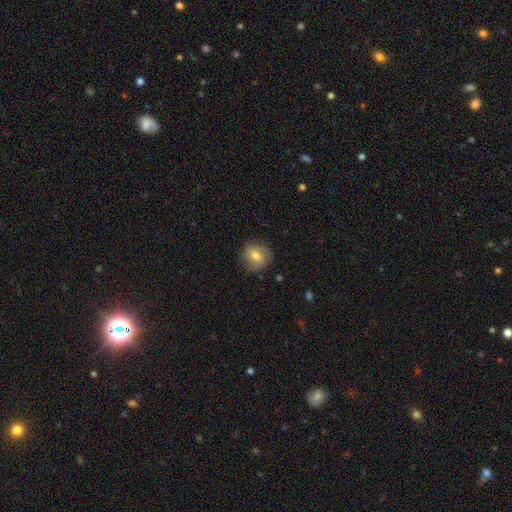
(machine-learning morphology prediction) Smooth or featured? Predicted: smooth (p=0.65). How rounded? Predicted: round (p=0.80). Merging? Predicted: none (p=0.81).